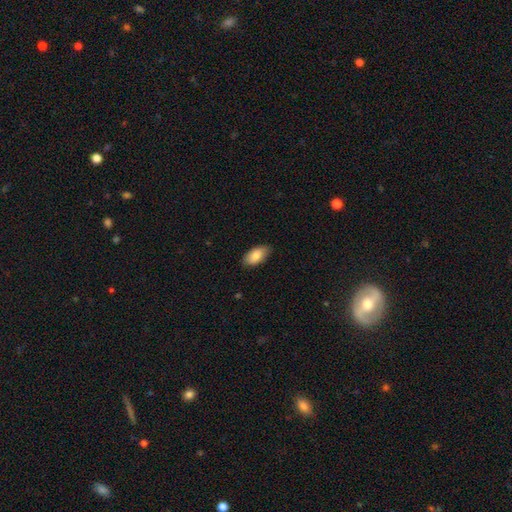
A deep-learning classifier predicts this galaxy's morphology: Smooth or featured? smooth (84%)
How rounded? in between (94%)
Merging? none (86%)